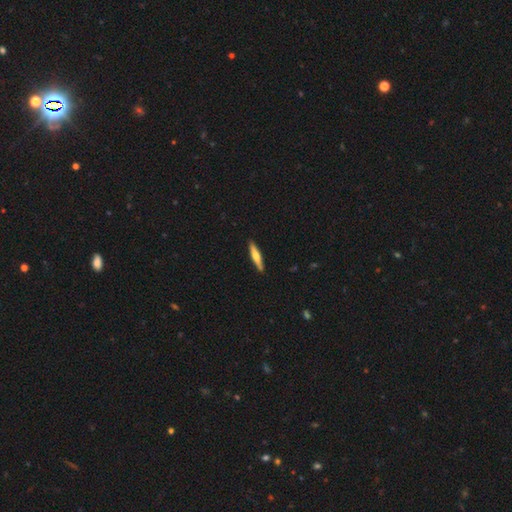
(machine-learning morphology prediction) smooth 51%, featured or disk 44%, star or artifact 5%. Down the decision tree: how rounded — cigar-shaped (86%); merging — none (90%).